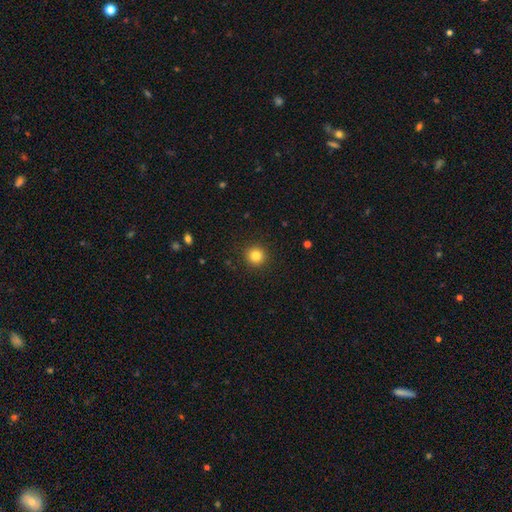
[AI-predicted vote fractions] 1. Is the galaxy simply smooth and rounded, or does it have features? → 82% smooth, 12% star or artifact, 6% featured or disk.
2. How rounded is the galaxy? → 94% round, 5% in between, 1% cigar-shaped.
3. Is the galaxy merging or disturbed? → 92% none, 5% minor disturbance, 2% major disturbance, 1% merger.